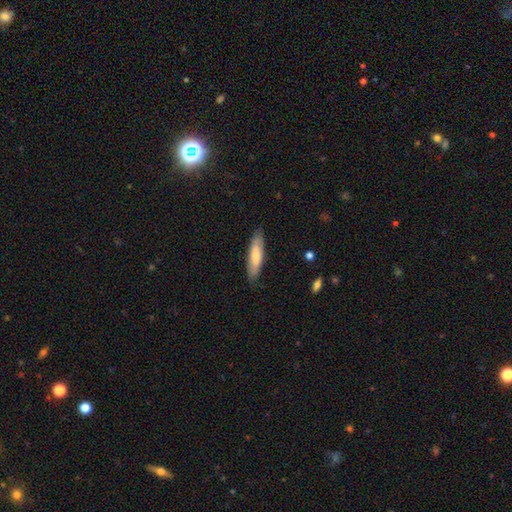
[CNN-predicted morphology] Overall: smooth (72%). How rounded: cigar-shaped (69%; in between 30%). Merging: none (85%).